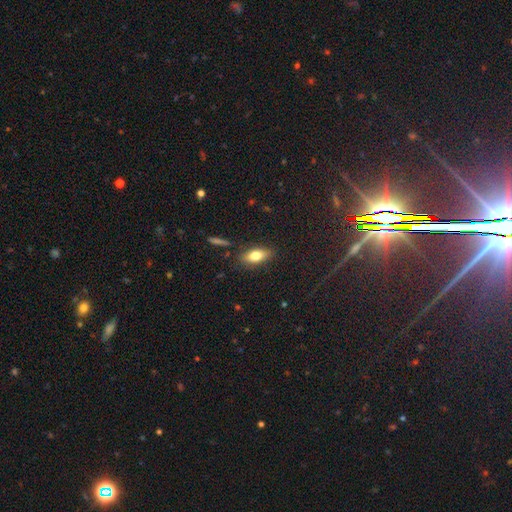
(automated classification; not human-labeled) smooth 74%, featured or disk 18%, star or artifact 8%. Down the decision tree: how rounded — in between (80%); merging — none (82%).